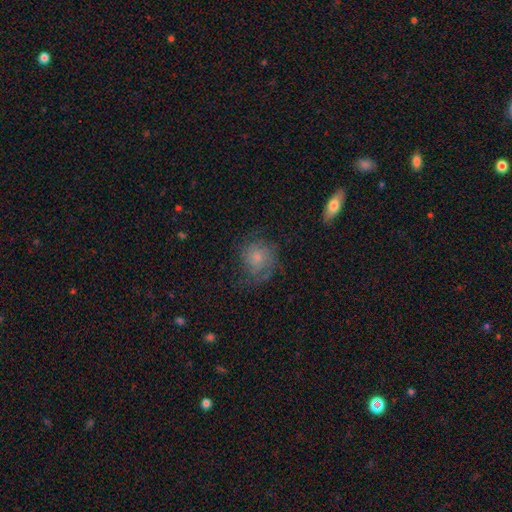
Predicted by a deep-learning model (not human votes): A featured or disk galaxy (49%).

Vote fractions:
- Smooth or featured? featured or disk: 49% / smooth: 40% / star or artifact: 11%
- Merging? none: 58% / minor disturbance: 22% / major disturbance: 19% / merger: 2%